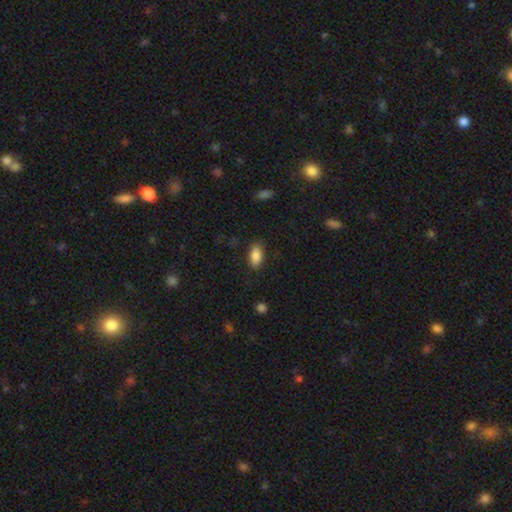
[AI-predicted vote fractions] A smooth galaxy with no disk features (87%) that is in between round and cigar-shaped (91%). Merging: none (85%).